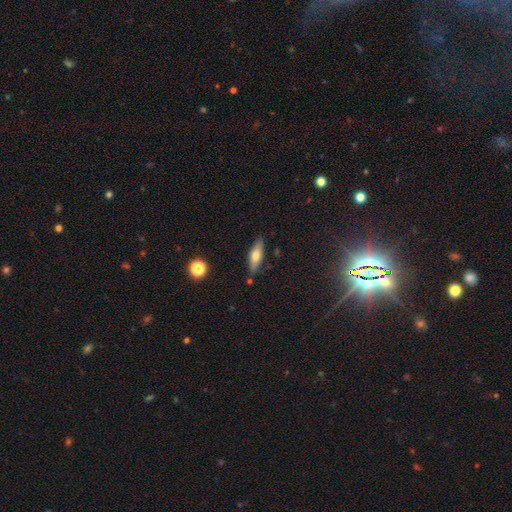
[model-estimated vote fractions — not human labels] This appears to be a smooth galaxy with no disk features (58%) that is in between round and cigar-shaped (51%). Merging: none (82%).